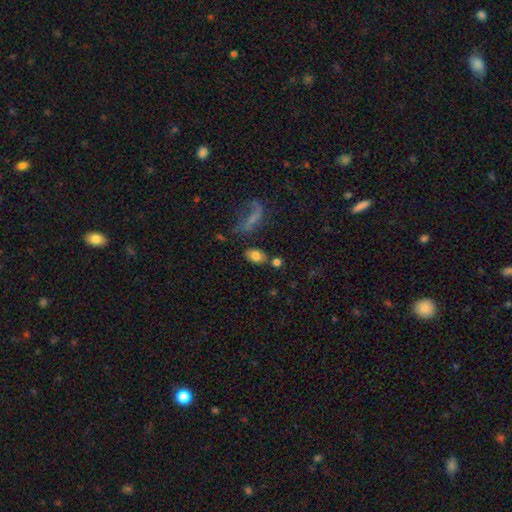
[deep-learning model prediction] smooth 78%, featured or disk 13%, star or artifact 9%. Down the decision tree: how rounded — in between (83%); merging — none (69%).